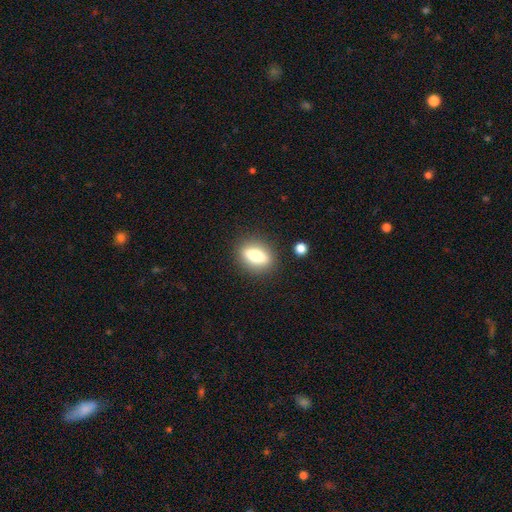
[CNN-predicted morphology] This is likely a smooth galaxy (73%). How rounded: likely in between (68%). Merging: clearly none (86%).